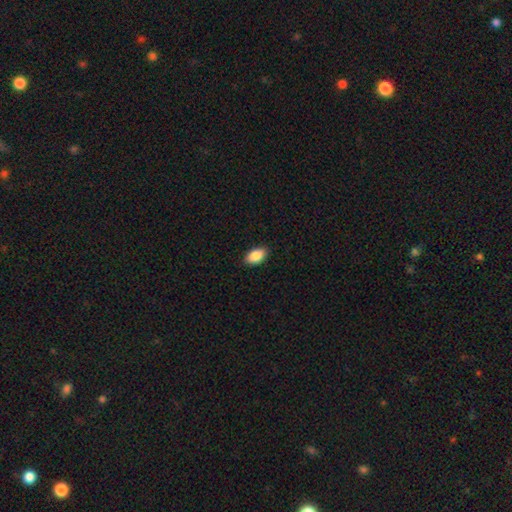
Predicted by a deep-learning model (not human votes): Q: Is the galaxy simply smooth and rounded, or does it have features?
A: smooth — 89%.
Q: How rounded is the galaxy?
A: in between — 93%.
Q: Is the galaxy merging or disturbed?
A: none — 89%.